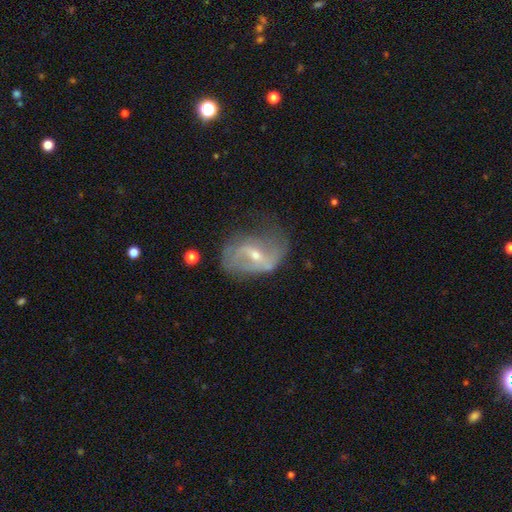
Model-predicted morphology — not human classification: This is likely a featured or disk galaxy (76%). It is clearly not viewed edge-on (95%). Bar: possibly weak (48%). Spiral arm pattern: likely yes (78%). Spiral arm count: likely 2 (63%). Spiral winding: possibly loose (46%). Central bulge: possibly small (55%). Merging: marginally none (39%).